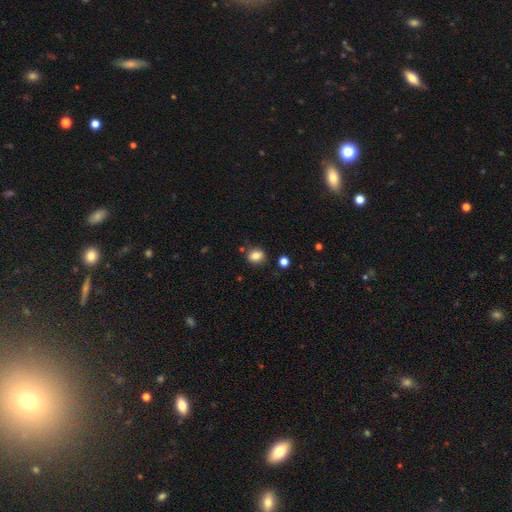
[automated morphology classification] smooth-or-featured: smooth: 83% | star or artifact: 10% | featured or disk: 6%
  how-rounded: round: 50% | in between: 49% | cigar-shaped: 1%
  merging: none: 79% | minor disturbance: 13% | merger: 4% | major disturbance: 4%